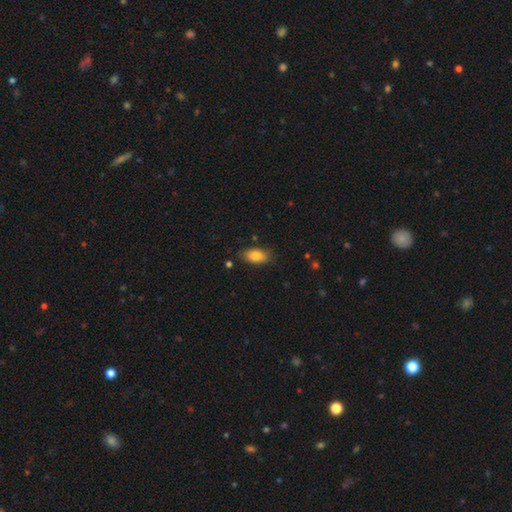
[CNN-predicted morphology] A smooth galaxy with no disk features (83%) that is in between round and cigar-shaped (91%).

Vote fractions:
- Smooth or featured? smooth: 83% / featured or disk: 10% / star or artifact: 8%
- How rounded? in between: 91% / cigar-shaped: 5% / round: 5%
- Merging? none: 80% / minor disturbance: 15% / major disturbance: 3% / merger: 2%